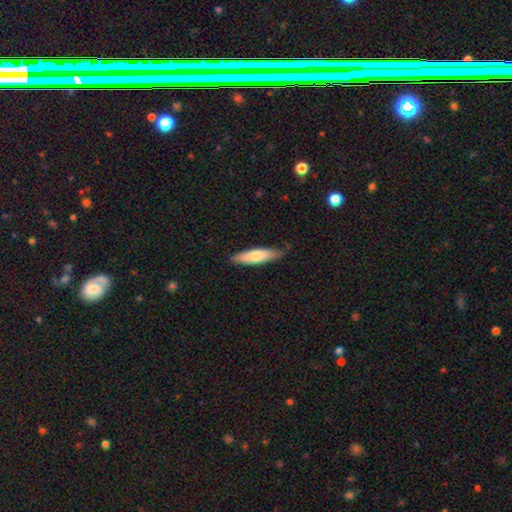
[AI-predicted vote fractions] Morphology: type=smooth (74%); roundness=cigar-shaped (68%); merging=none (78%).